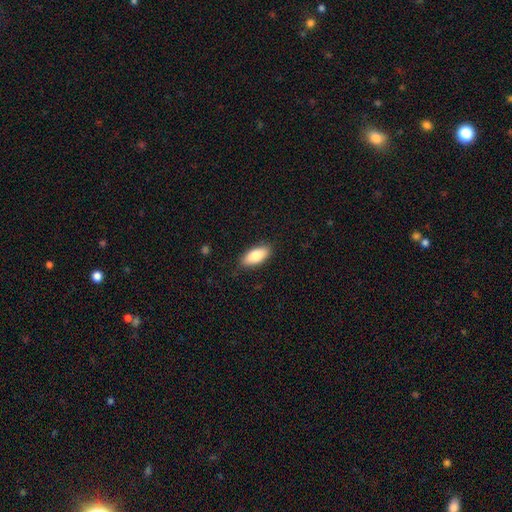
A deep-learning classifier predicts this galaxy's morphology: This appears to be a smooth galaxy with no disk features (81%) that is in between round and cigar-shaped (84%). Merging: none (87%).